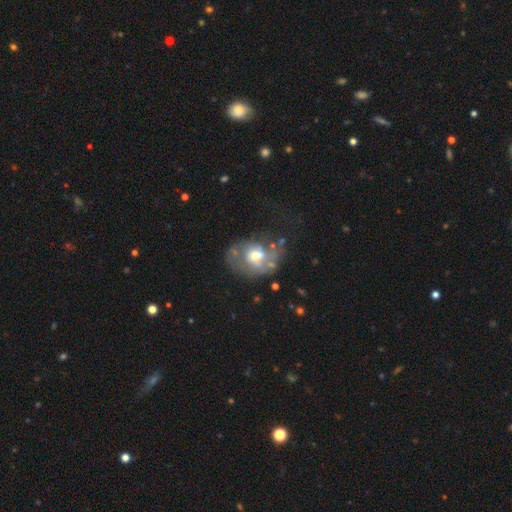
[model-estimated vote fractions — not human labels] smooth_or_featured: featured or disk (p=0.49) [alt: smooth p=0.42]
merging: none (p=0.35) [alt: major disturbance p=0.29]